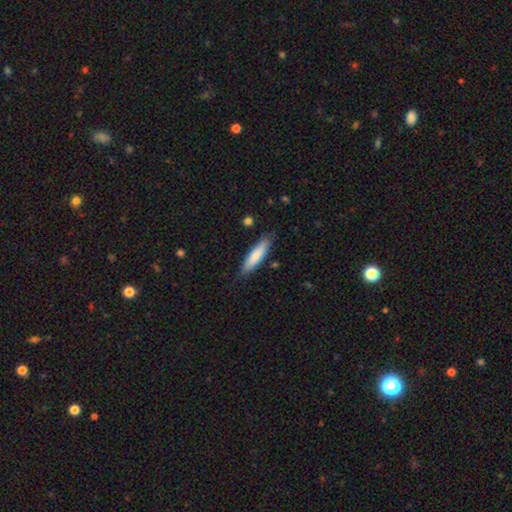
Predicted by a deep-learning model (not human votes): The model was most divided on "how rounded": cigar-shaped: 72%, in between: 27%, round: 1%. More confident: merging — none (83%); smooth or featured — smooth (79%).